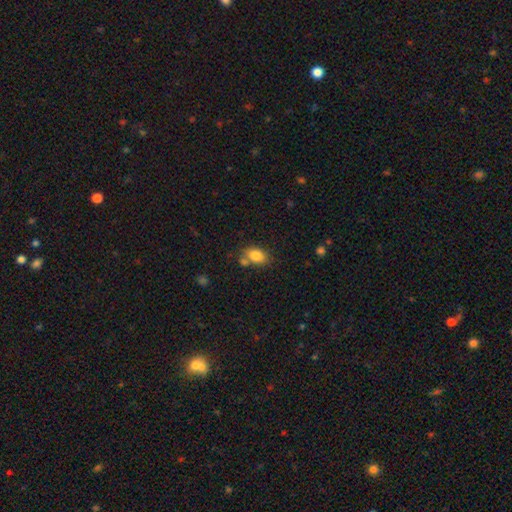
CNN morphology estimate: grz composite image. It shows a smooth galaxy with no disk features (83%) that is in between round and cigar-shaped (81%). Merging: none (60%).